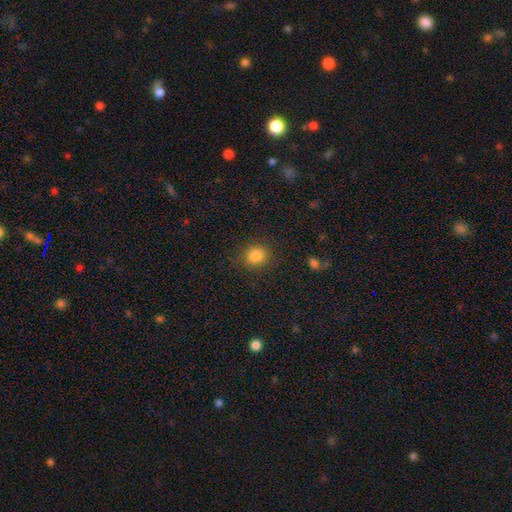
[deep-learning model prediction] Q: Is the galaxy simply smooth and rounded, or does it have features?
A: smooth — 84%.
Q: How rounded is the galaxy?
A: round — 77%.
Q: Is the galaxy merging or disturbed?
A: none — 87%.